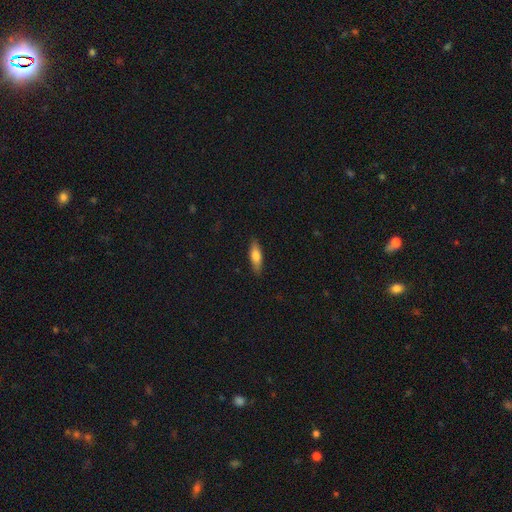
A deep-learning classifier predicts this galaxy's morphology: smooth 70%, featured or disk 24%, star or artifact 6%. Down the decision tree: how rounded — cigar-shaped (54%); merging — none (87%).